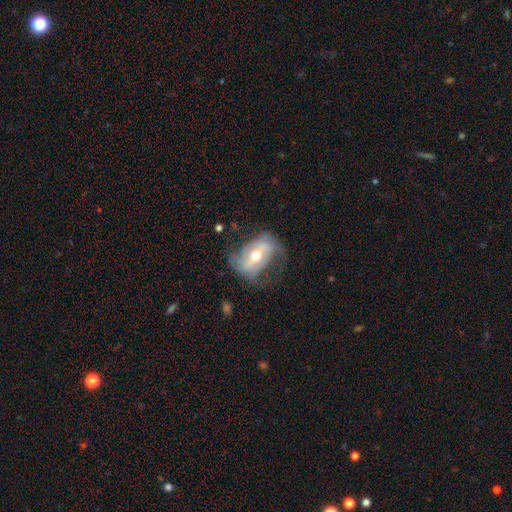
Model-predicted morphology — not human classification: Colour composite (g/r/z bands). It shows a featured or disk galaxy (71%) with a strong bar (43%), 2 (76%) loose (53%) spiral arms (78%) and a moderate central bulge (63%). Merging: none (54%).